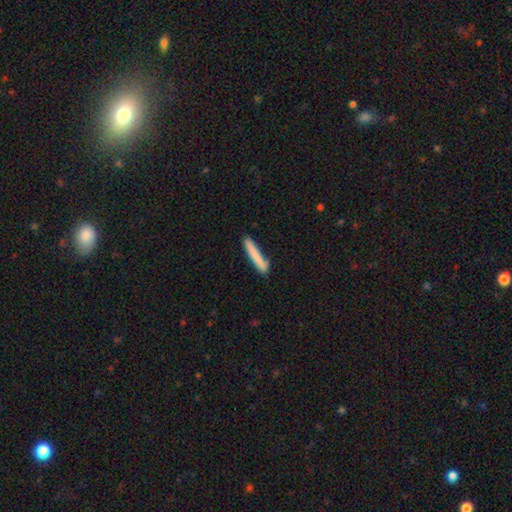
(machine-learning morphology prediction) Q: Smooth or featured?
A: smooth (79%); runner-up: featured or disk (15%)
Q: How rounded?
A: cigar-shaped (95%); runner-up: in between (4%)
Q: Merging?
A: none (83%); runner-up: minor disturbance (12%)